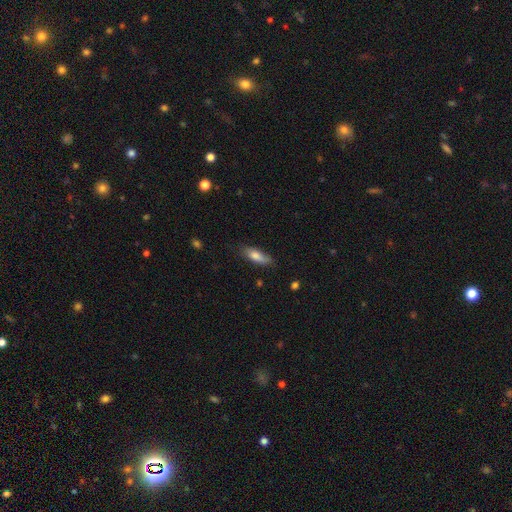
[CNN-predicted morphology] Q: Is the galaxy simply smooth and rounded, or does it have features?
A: smooth — 79%.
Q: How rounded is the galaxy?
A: in between — 60%.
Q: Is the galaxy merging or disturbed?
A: none — 70%.